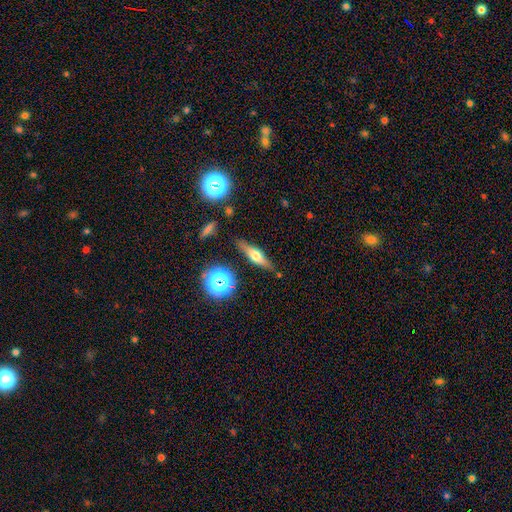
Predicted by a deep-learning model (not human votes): A featured or disk galaxy (51%) viewed edge-on (90%).

Vote fractions:
- Smooth or featured? featured or disk: 51% / smooth: 38% / star or artifact: 11%
- Edge-on disk? yes: 90% / no: 10%
- Merging? none: 84% / minor disturbance: 11% / major disturbance: 3% / merger: 3%